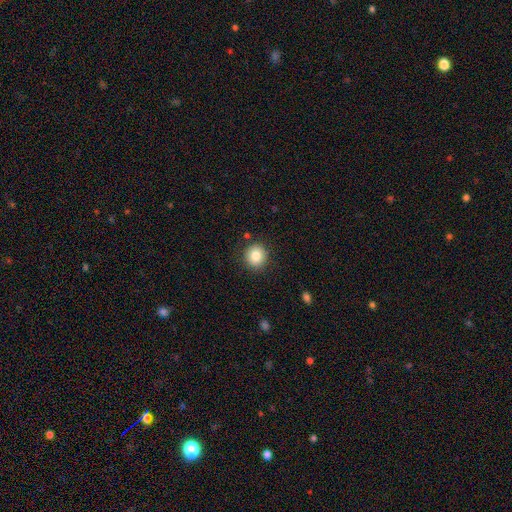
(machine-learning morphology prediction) A smooth galaxy with no disk features (83%) that is round (90%). Merging: none (89%).